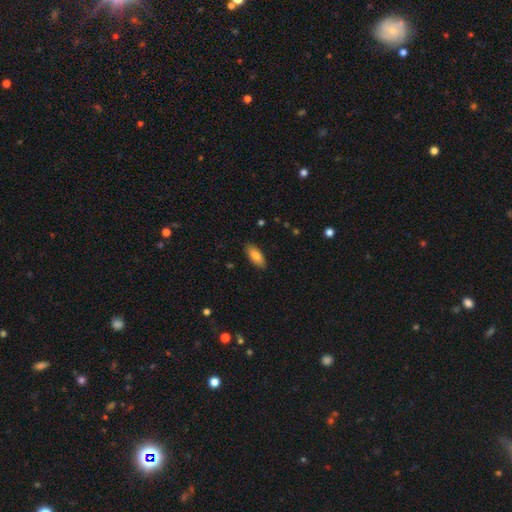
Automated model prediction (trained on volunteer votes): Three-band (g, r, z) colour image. It shows a smooth galaxy with no disk features (82%) that is in between round and cigar-shaped (81%). Merging: none (88%).